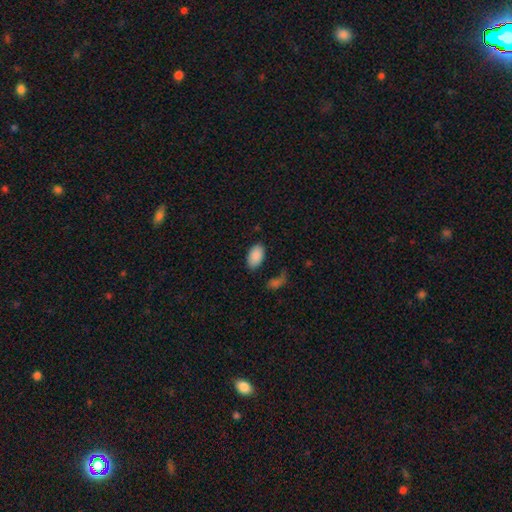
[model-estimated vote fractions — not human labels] Morphology: type=smooth (89%); roundness=in between (94%); merging=none (76%).